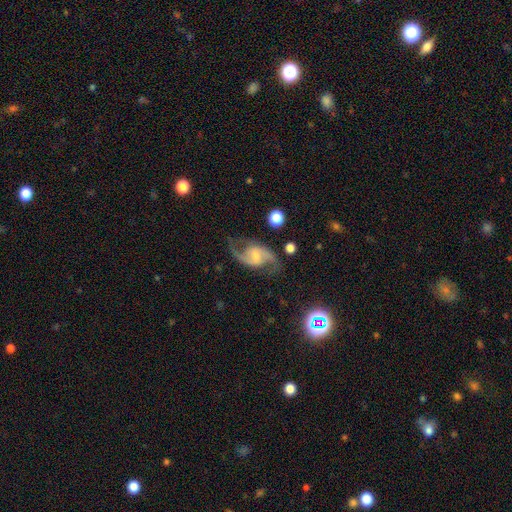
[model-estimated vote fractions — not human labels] Smooth or featured: featured or disk — 88% (smooth — 6%)
Edge-on disk: no — 97% (yes — 3%)
Bar: weak — 53% (no — 29%)
Spiral arms: yes — 97% (no — 3%)
Spiral winding: loose — 47% (medium — 44%)
Spiral arm count: 2 — 93% (can't tell — 2%)
Bulge size: small — 44% (moderate — 37%)
Merging: none — 75% (minor disturbance — 14%)